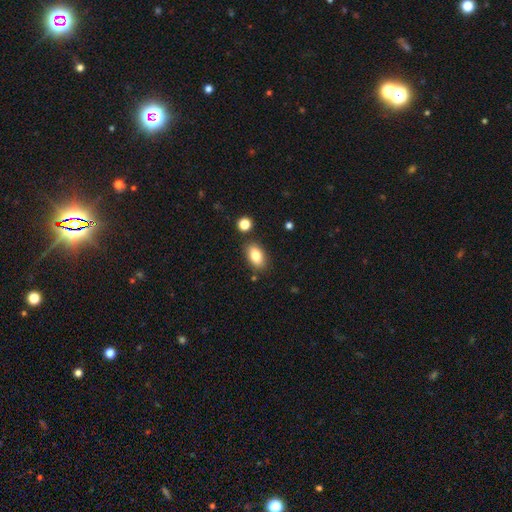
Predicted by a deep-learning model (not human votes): Q: Smooth or featured?
A: smooth (82%); runner-up: featured or disk (9%)
Q: How rounded?
A: in between (90%); runner-up: round (8%)
Q: Merging?
A: none (83%); runner-up: minor disturbance (10%)